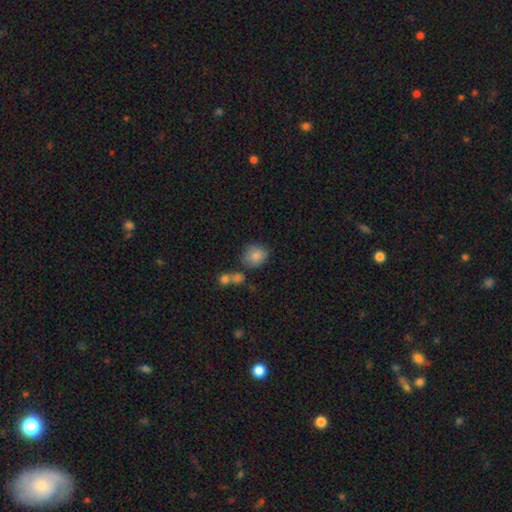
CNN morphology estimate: Overall: smooth (82%). How rounded: round (67%; in between 32%). Merging: none (60%).